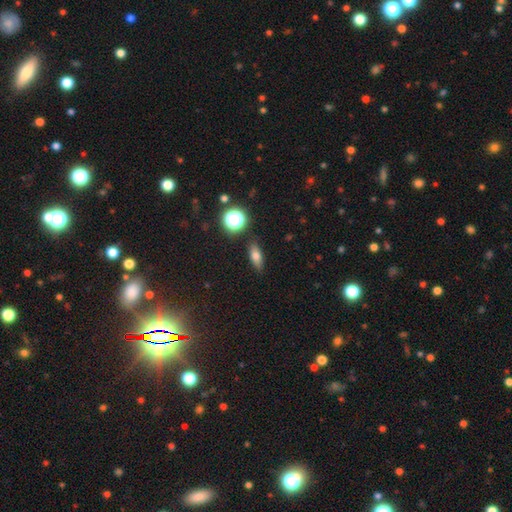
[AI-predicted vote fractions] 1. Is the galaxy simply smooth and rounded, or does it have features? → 72% smooth, 14% featured or disk, 13% star or artifact.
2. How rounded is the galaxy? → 68% in between, 21% cigar-shaped, 12% round.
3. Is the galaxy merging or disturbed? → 85% none, 11% minor disturbance, 3% major disturbance, 2% merger.